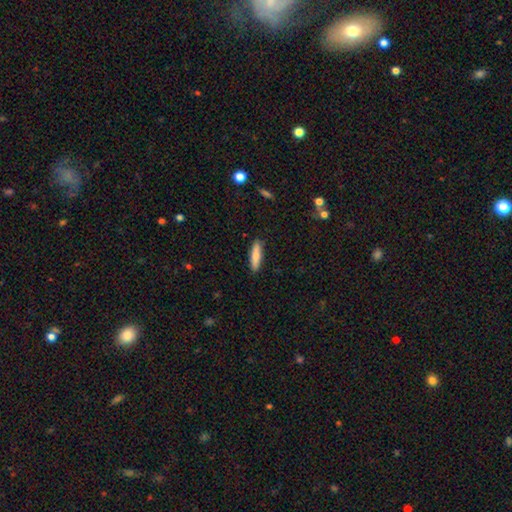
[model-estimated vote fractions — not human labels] This is clearly a smooth galaxy (82%). How rounded: likely cigar-shaped (77%). Merging: clearly none (89%).